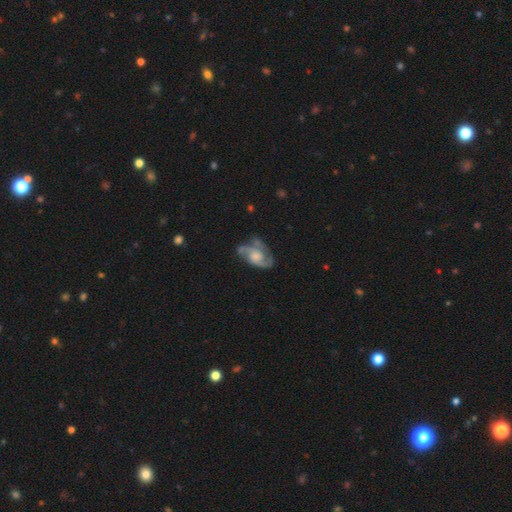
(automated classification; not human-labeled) A featured or disk galaxy (82%) with no bar (66%), 2 (72%) medium (51%) spiral arms (94%) and a moderate central bulge (36%).

Vote fractions:
- Smooth or featured? featured or disk: 82% / smooth: 12% / star or artifact: 6%
- Edge-on disk? no: 97% / yes: 3%
- Bar? no: 66% / weak: 29% / strong: 5%
- Spiral arms? yes: 94% / no: 6%
- Spiral winding? medium: 51% / tight: 27% / loose: 21%
- Spiral arm count? 2: 72% / 3: 12% / can't tell: 9% / 1: 3% / 4: 2% / more than 4: 2%
- Bulge size? moderate: 36% / small: 29% / none: 17% / large: 16% / dominant: 2%
- Merging? none: 59% / minor disturbance: 23% / major disturbance: 14% / merger: 3%